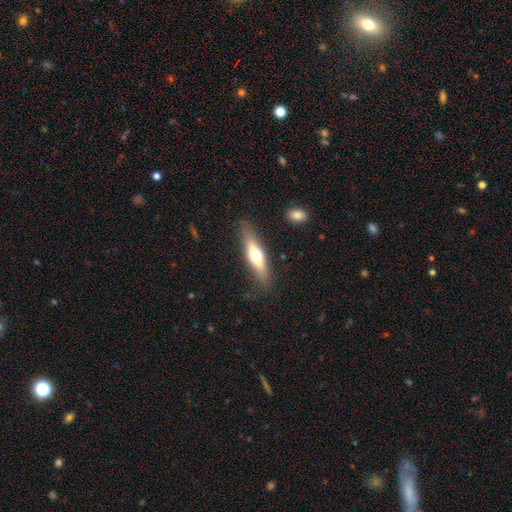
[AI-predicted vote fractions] Smooth or featured? smooth (52%)
How rounded? cigar-shaped (74%)
Merging? none (81%)